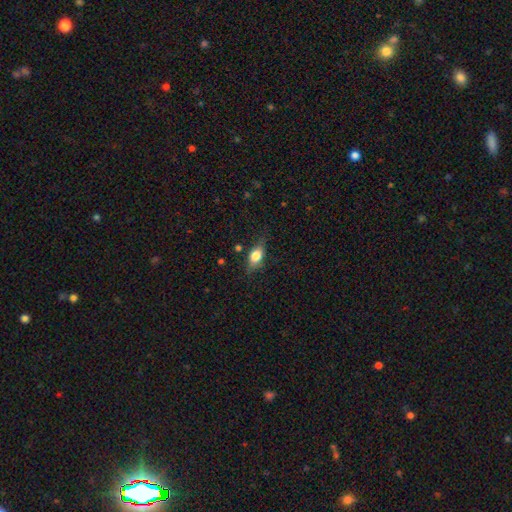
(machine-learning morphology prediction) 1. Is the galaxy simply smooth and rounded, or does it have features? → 69% smooth, 22% featured or disk, 9% star or artifact.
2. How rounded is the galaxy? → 77% in between, 12% cigar-shaped, 11% round.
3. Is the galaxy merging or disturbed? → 72% none, 21% minor disturbance, 5% major disturbance, 2% merger.